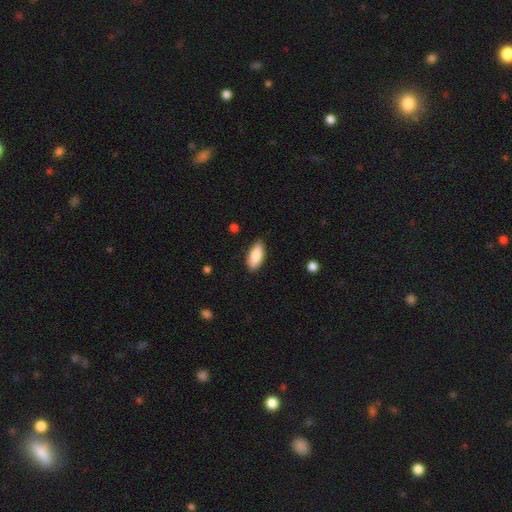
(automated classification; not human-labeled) Smooth or featured? smooth (85%)
How rounded? in between (85%)
Merging? none (85%)